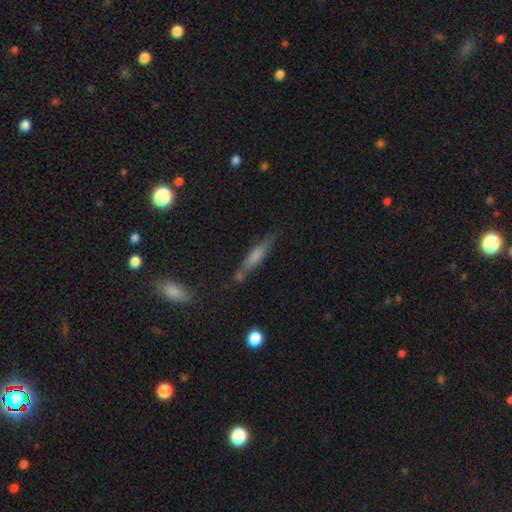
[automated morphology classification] Smooth or featured?
  - smooth: 56% *
  - featured or disk: 35%
  - star or artifact: 9%
How rounded?
  - cigar-shaped: 87% *
  - in between: 10%
  - round: 2%
Merging?
  - none: 71% *
  - minor disturbance: 17%
  - merger: 8%
  - major disturbance: 5%